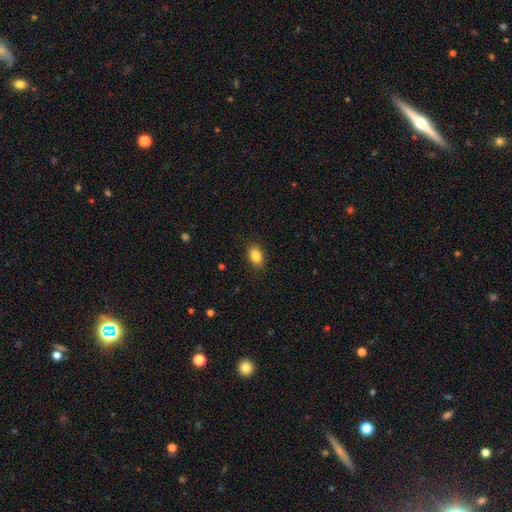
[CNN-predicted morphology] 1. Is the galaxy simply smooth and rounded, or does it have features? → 86% smooth, 9% star or artifact, 5% featured or disk.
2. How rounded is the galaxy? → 85% in between, 14% round, 2% cigar-shaped.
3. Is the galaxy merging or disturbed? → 89% none, 8% minor disturbance, 2% major disturbance, 1% merger.